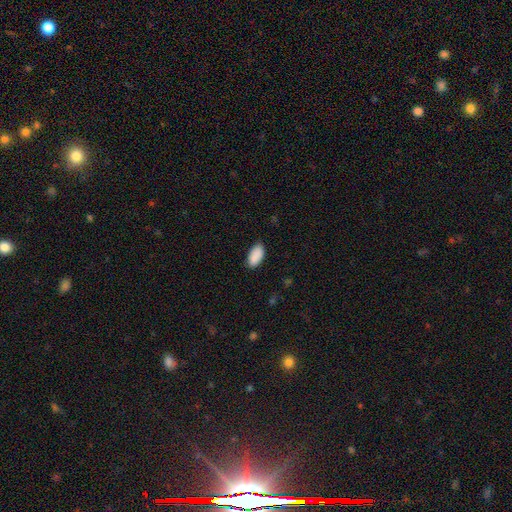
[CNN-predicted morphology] smooth_or_featured: smooth (p=0.90) [alt: star or artifact p=0.07]
how_rounded: in between (p=0.94) [alt: cigar-shaped p=0.04]
merging: none (p=0.83) [alt: minor disturbance p=0.14]